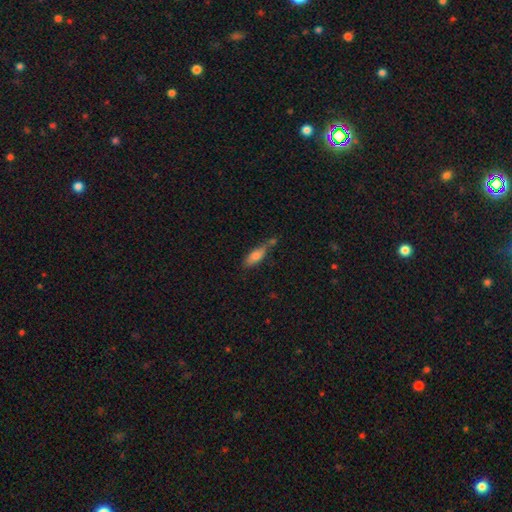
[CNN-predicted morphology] The model was most divided on "how rounded": in between: 53%, cigar-shaped: 45%, round: 2%. More confident: smooth or featured — smooth (74%); merging — none (51%).